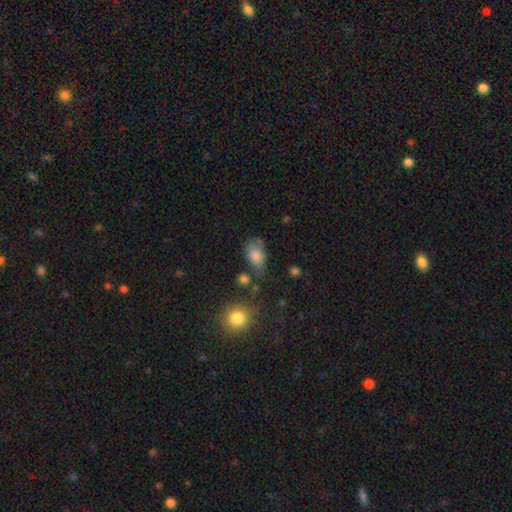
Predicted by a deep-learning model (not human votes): Smooth or featured? smooth (79%)
How rounded? in between (84%)
Merging? none (50%)